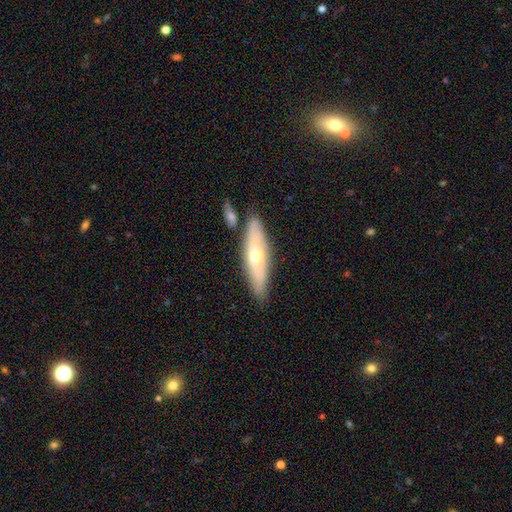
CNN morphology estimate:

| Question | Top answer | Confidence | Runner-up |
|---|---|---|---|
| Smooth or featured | featured or disk | 52% | smooth (42%) |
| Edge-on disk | yes | 52% | no (48%) |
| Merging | none | 74% | minor disturbance (15%) |